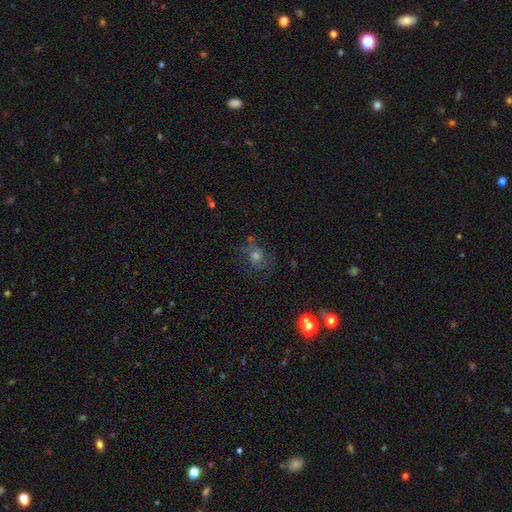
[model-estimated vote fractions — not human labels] This is marginally a smooth galaxy (40%). Merging: likely none (67%).